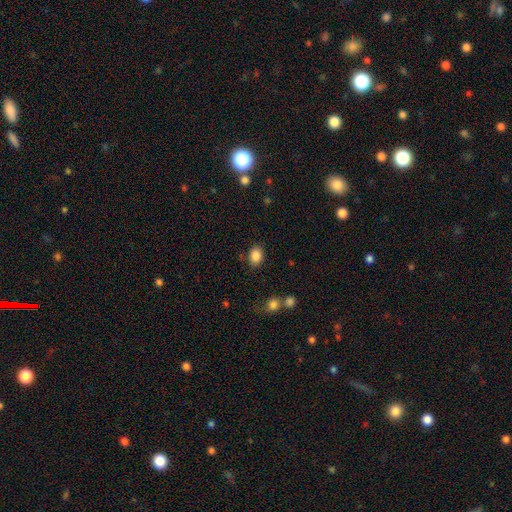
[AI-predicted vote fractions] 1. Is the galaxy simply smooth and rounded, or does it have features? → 87% smooth, 9% star or artifact, 4% featured or disk.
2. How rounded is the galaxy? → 70% in between, 29% round, 1% cigar-shaped.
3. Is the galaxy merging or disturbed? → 82% none, 11% minor disturbance, 4% major disturbance, 3% merger.